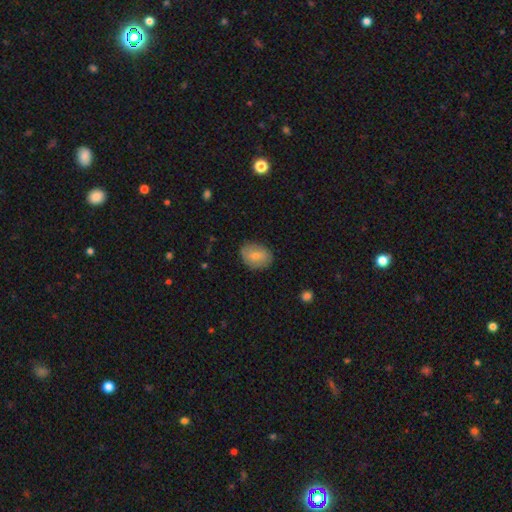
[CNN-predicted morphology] smooth-or-featured: smooth: 76% | featured or disk: 18% | star or artifact: 7%
  how-rounded: in between: 71% | round: 28% | cigar-shaped: 1%
  merging: none: 81% | minor disturbance: 15% | major disturbance: 3% | merger: 1%